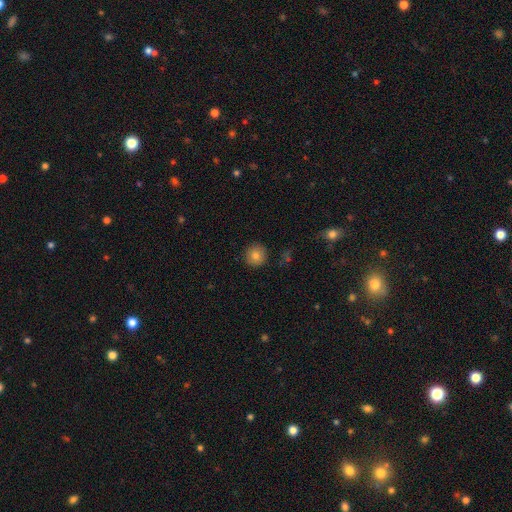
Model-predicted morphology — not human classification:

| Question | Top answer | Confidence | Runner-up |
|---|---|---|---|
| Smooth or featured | smooth | 81% | star or artifact (10%) |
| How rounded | round | 94% | in between (5%) |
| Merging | none | 90% | minor disturbance (7%) |